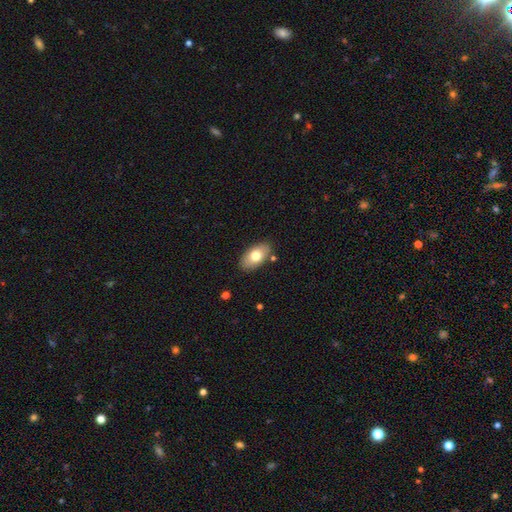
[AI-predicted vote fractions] Smooth or featured? Predicted: smooth (p=0.72). How rounded? Predicted: in between (p=0.93). Merging? Predicted: none (p=0.84).